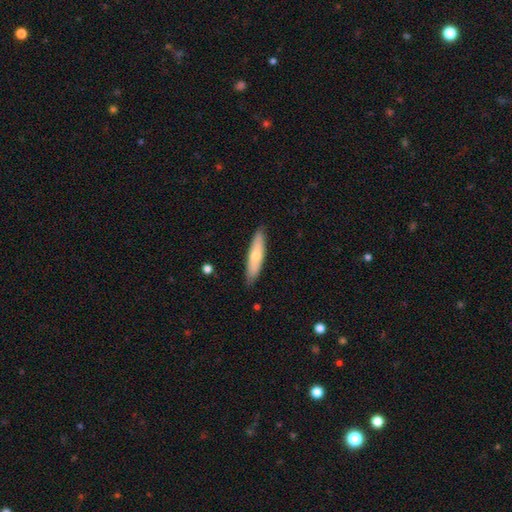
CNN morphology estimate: A smooth galaxy with no disk features (64%) that is cigar-shaped (75%). Merging: none (86%).